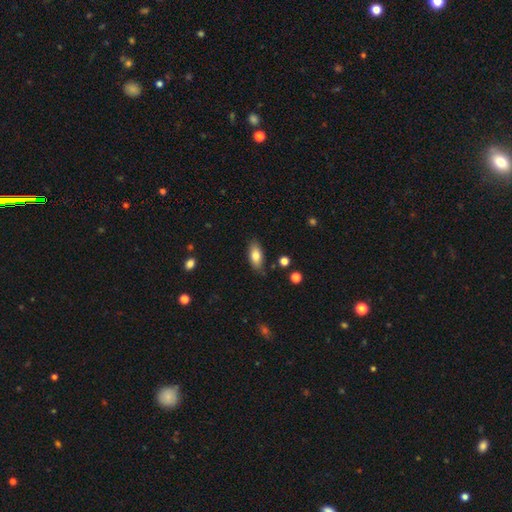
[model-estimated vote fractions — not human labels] This appears to be a smooth galaxy with no disk features (78%) that is in between round and cigar-shaped (85%). Merging: none (82%).